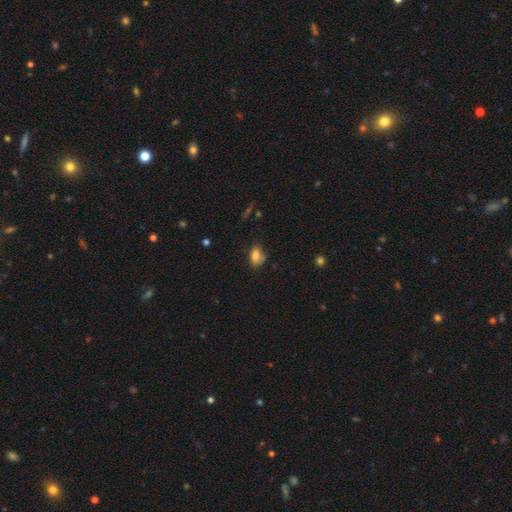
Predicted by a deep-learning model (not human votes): Morphology: type=smooth (78%); roundness=in between (84%); merging=none (54%).